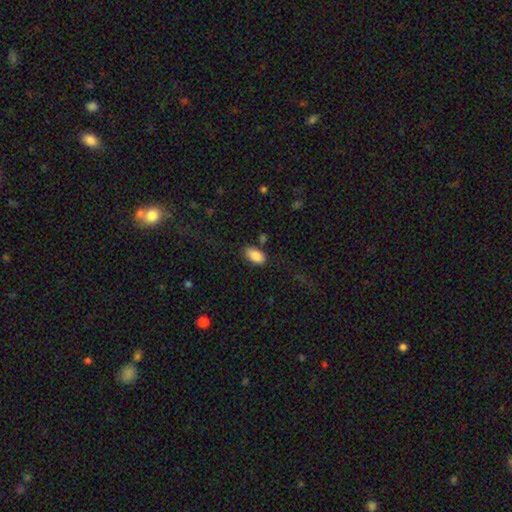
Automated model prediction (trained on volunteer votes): Overall: smooth (87%). How rounded: in between (94%). Merging: none (76%).